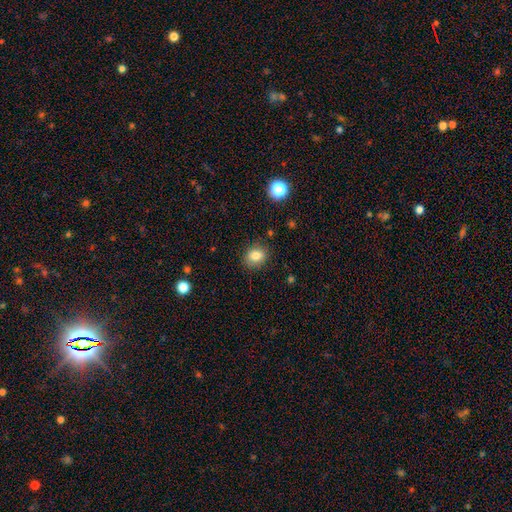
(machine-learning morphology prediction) This is clearly a smooth galaxy (82%). How rounded: possibly in between (51%). Merging: clearly none (84%).